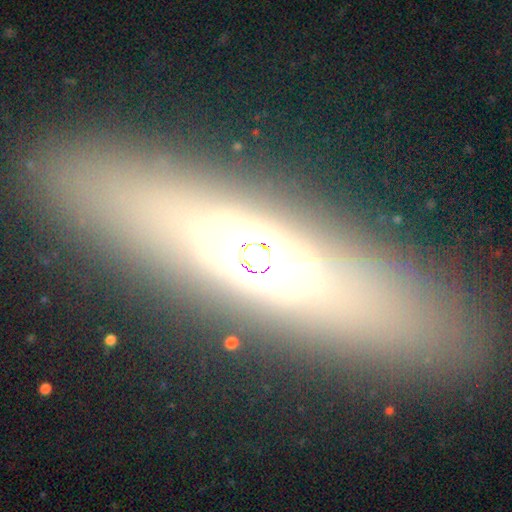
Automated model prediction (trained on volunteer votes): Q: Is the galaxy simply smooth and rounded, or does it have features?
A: featured or disk — 57%.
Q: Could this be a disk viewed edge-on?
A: yes — 68%.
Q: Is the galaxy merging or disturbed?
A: none — 87%.